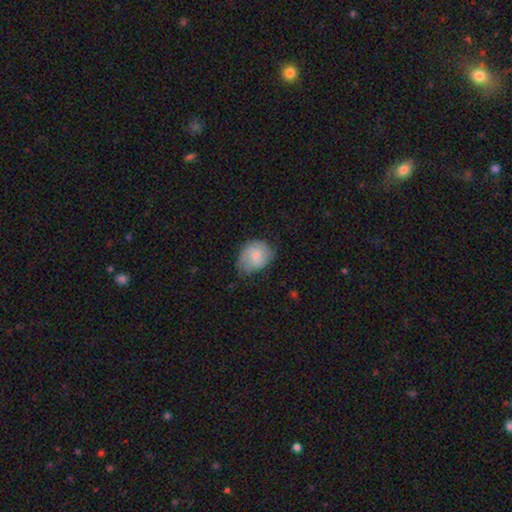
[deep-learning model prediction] smooth 63%, featured or disk 30%, star or artifact 7%. Down the decision tree: how rounded — in between (50%); merging — none (53%).